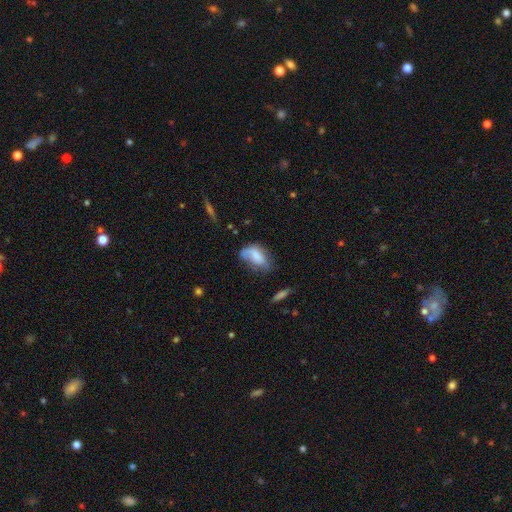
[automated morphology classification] Smooth or featured? Predicted: smooth (p=0.71). How rounded? Predicted: in between (p=0.89). Merging? Predicted: none (p=0.38).